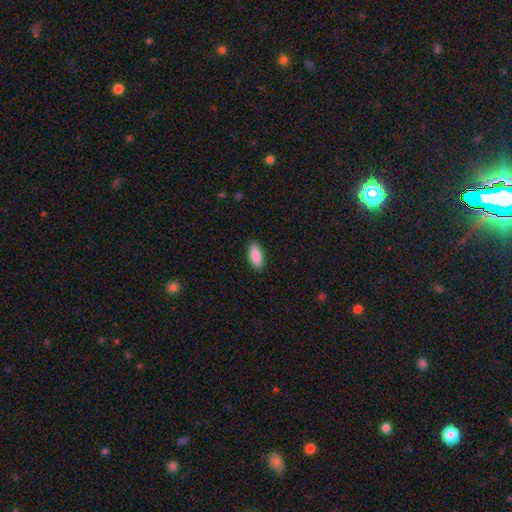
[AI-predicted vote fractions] Smooth or featured? Predicted: smooth (p=0.90). How rounded? Predicted: in between (p=0.88). Merging? Predicted: none (p=0.90).